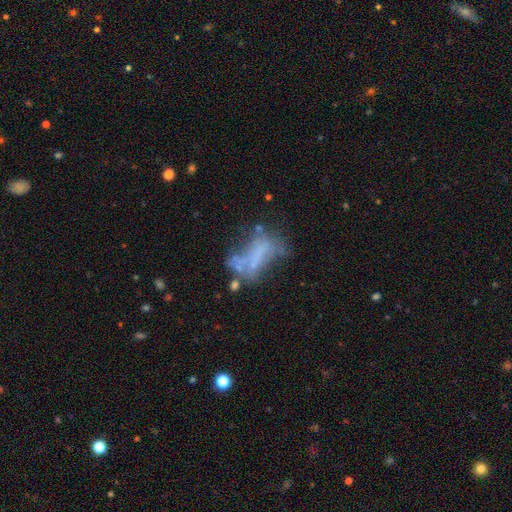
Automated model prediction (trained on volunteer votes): Smooth or featured? featured or disk (50%)
Edge-on disk? no (91%)
Merging? major disturbance (32%, tied with none)